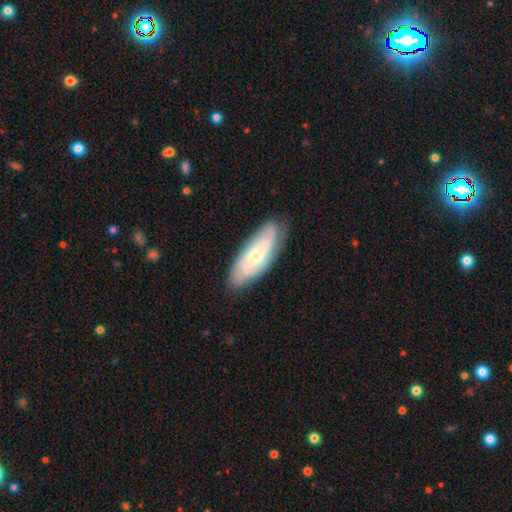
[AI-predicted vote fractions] Smooth or featured? featured or disk (64%)
Edge-on disk? no (84%)
Bar? no (49%)
Spiral arms? yes (90%)
Bulge size? small (57%)
Merging? none (81%)